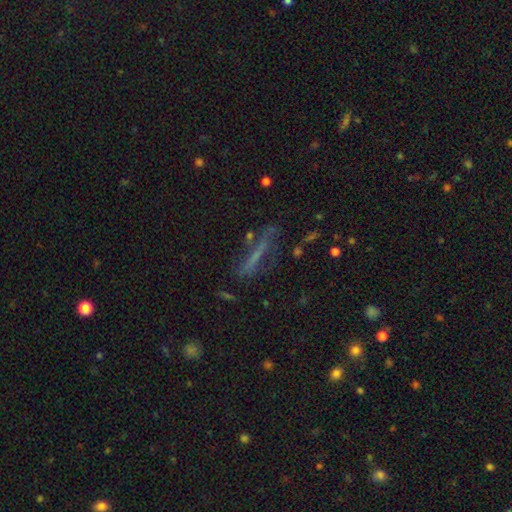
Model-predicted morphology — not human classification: Q: Smooth or featured?
A: featured or disk (40%); tied with: smooth (40%)
Q: Merging?
A: none (64%); runner-up: minor disturbance (19%)